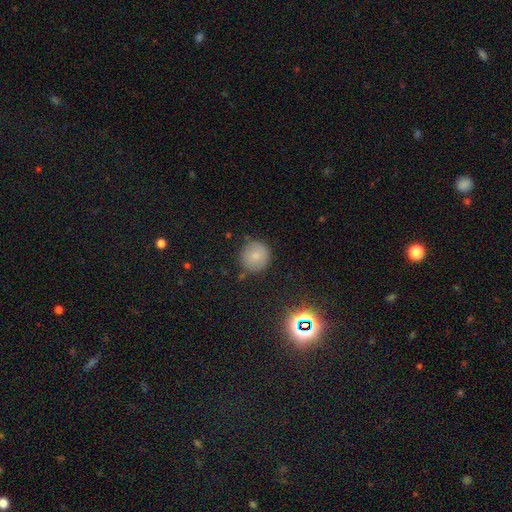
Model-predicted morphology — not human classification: Smooth or featured?
  - smooth: 79% *
  - star or artifact: 11%
  - featured or disk: 10%
How rounded?
  - round: 93% *
  - in between: 6%
  - cigar-shaped: 1%
Merging?
  - none: 80% *
  - minor disturbance: 14%
  - major disturbance: 3%
  - merger: 3%